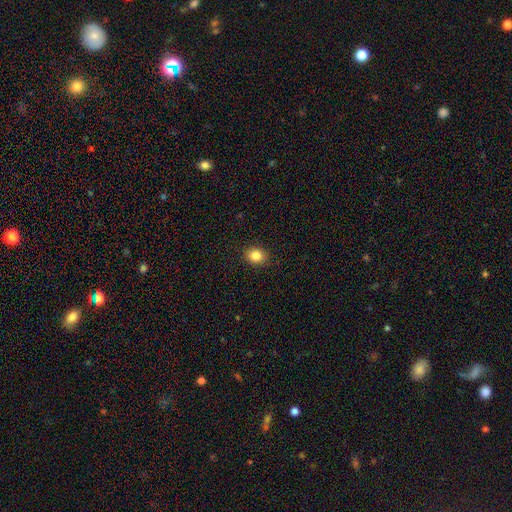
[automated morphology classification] A smooth galaxy with no disk features (83%) that is round (59%). Merging: none (91%).